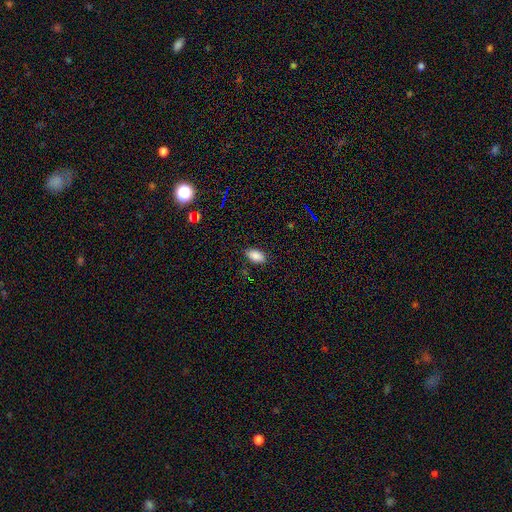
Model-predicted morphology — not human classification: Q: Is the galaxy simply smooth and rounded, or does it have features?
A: smooth — 86%.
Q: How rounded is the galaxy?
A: in between — 93%.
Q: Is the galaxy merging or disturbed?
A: none — 85%.